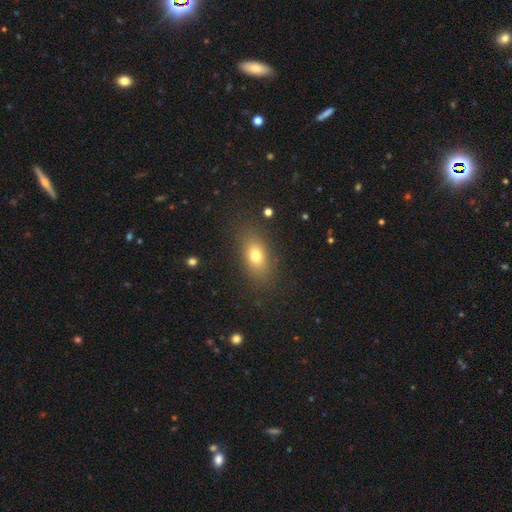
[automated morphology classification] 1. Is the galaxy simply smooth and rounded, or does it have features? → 74% smooth, 14% featured or disk, 11% star or artifact.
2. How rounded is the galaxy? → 79% in between, 15% round, 6% cigar-shaped.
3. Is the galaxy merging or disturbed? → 83% none, 11% minor disturbance, 5% major disturbance, 1% merger.